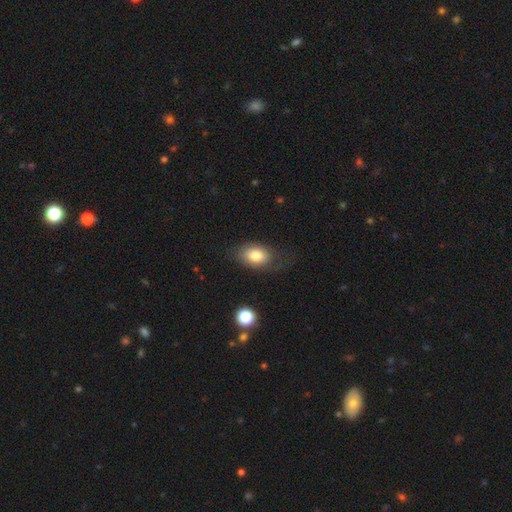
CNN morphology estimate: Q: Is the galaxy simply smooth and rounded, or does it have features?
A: smooth — 78%.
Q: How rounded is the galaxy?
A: in between — 83%.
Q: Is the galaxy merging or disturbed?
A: none — 62%.